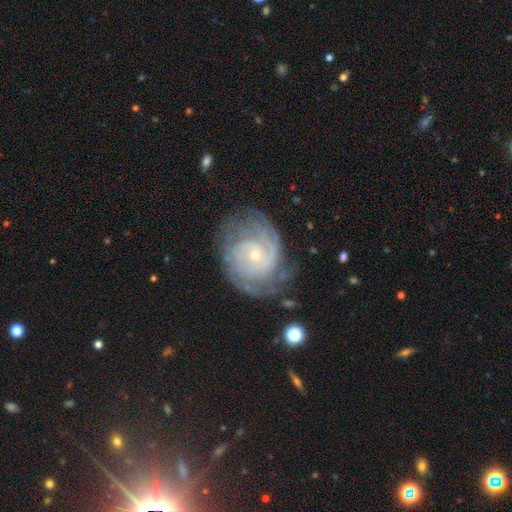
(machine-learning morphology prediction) This appears to be a featured or disk galaxy (87%) with no bar (73%), 2 (32%) tight (72%) spiral arms (97%) and a small central bulge (73%). Merging: none (68%).